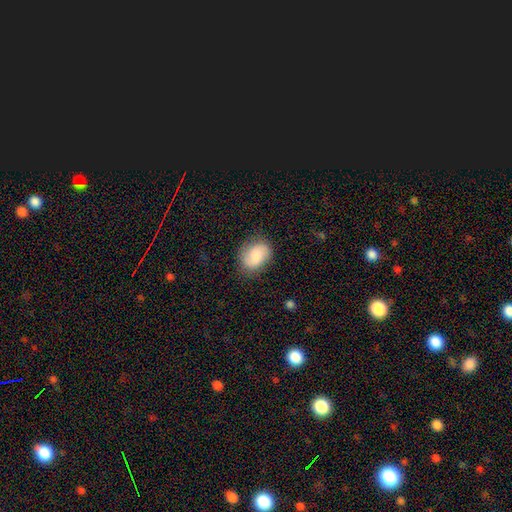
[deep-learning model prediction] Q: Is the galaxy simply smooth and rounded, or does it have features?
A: smooth — 64%.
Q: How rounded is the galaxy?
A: in between — 61%.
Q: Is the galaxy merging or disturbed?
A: none — 78%.